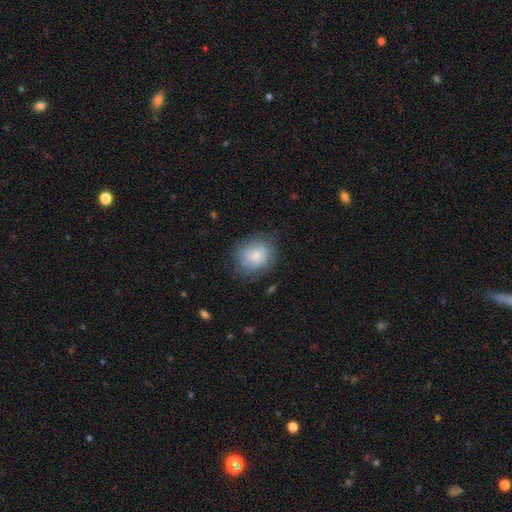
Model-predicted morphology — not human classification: smooth 75%, featured or disk 17%, star or artifact 8%. Down the decision tree: how rounded — round (71%); merging — none (74%).